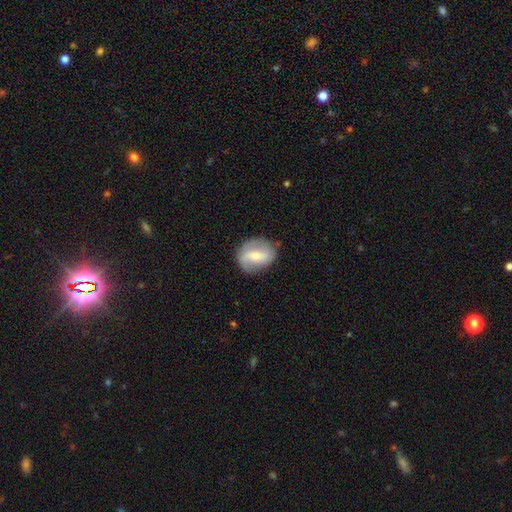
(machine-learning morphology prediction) This is likely a featured or disk galaxy (62%). It is clearly not viewed edge-on (96%). Bar: marginally weak (42%). Spiral arm pattern: clearly yes (82%). Central bulge: possibly small (50%). Merging: likely none (79%).